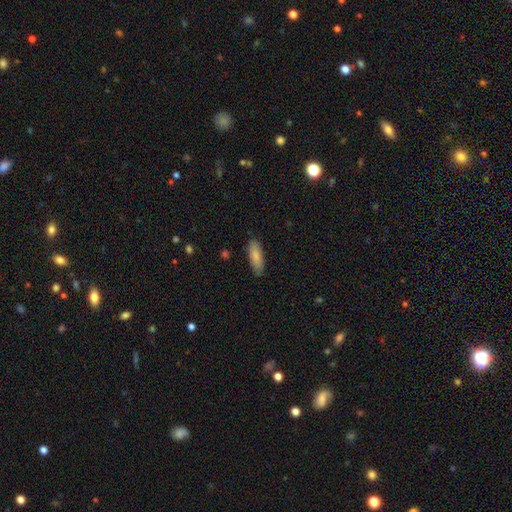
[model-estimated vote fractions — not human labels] smooth-or-featured: smooth: 85% | featured or disk: 9% | star or artifact: 6%
  how-rounded: in between: 56% | cigar-shaped: 42% | round: 2%
  merging: none: 85% | minor disturbance: 12% | major disturbance: 2% | merger: 1%